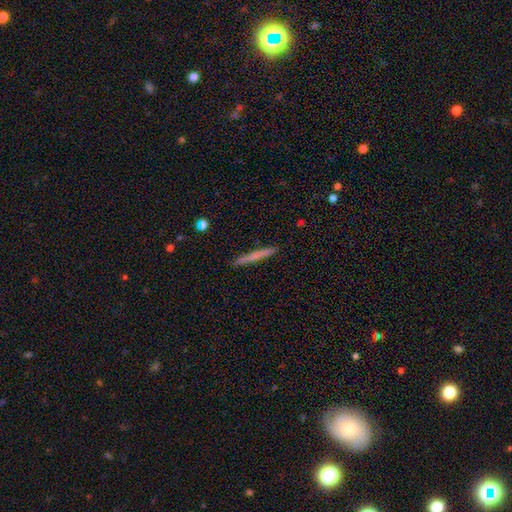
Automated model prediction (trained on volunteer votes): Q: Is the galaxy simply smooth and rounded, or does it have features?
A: smooth — 62%.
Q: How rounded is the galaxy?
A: cigar-shaped — 97%.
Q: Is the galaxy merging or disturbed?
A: none — 91%.